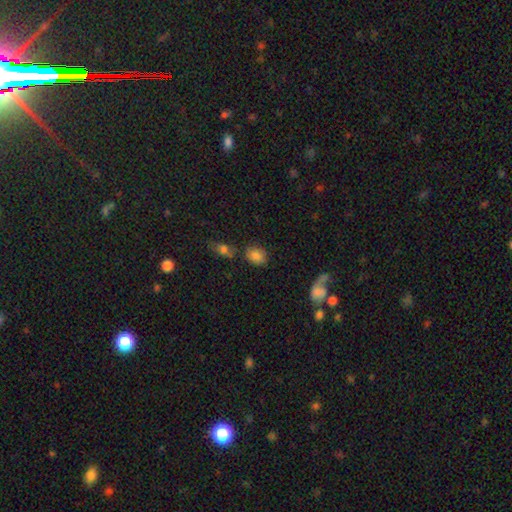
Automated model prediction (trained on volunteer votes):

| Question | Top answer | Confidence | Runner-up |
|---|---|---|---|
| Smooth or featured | smooth | 83% | star or artifact (10%) |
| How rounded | in between | 59% | round (40%) |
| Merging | none | 71% | minor disturbance (15%) |